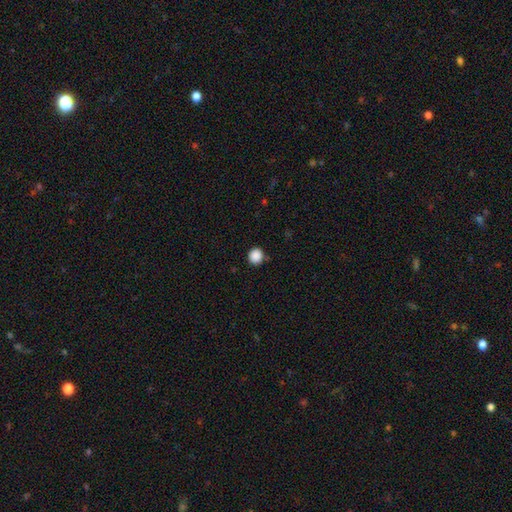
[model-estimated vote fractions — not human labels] Smooth or featured? Predicted: smooth (p=0.88). How rounded? Predicted: round (p=0.88). Merging? Predicted: none (p=0.86).